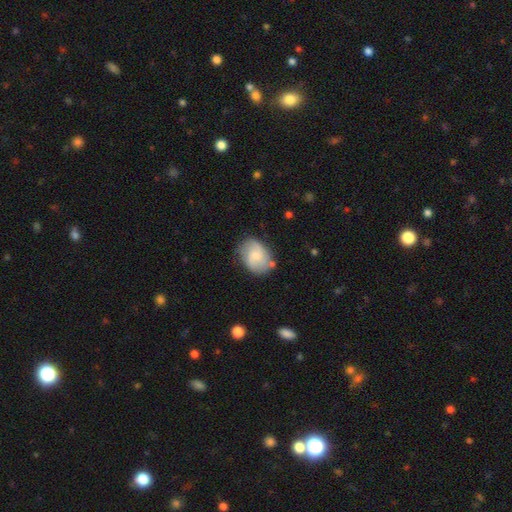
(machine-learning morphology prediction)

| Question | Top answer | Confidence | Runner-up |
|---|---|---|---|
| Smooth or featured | smooth | 51% | featured or disk (42%) |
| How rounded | in between | 63% | round (36%) |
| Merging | none | 68% | minor disturbance (22%) |